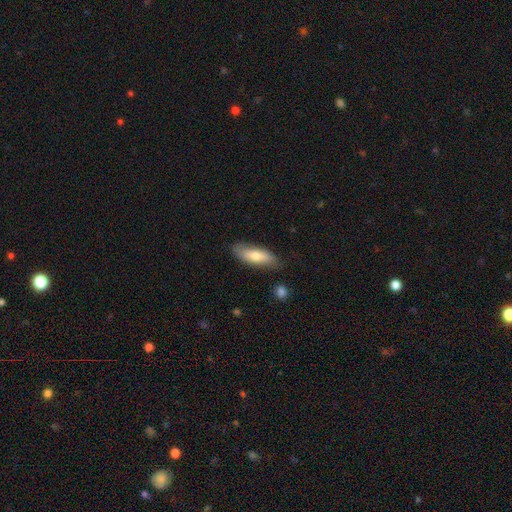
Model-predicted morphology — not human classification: Q: Smooth or featured?
A: smooth (70%); runner-up: featured or disk (24%)
Q: How rounded?
A: in between (58%); runner-up: cigar-shaped (40%)
Q: Merging?
A: none (79%); runner-up: minor disturbance (16%)